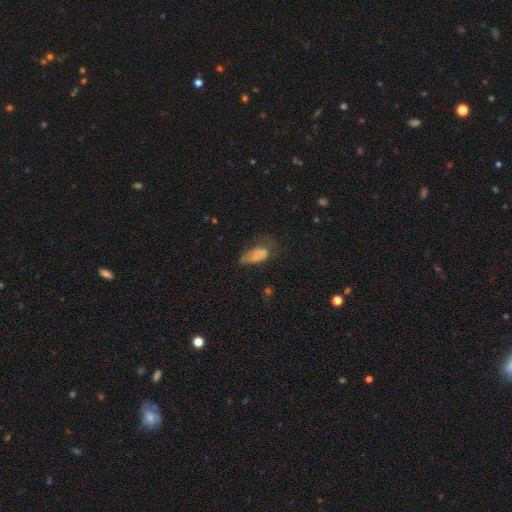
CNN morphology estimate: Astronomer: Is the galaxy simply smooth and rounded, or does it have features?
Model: smooth — 64%.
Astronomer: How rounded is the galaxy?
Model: in between — 84%.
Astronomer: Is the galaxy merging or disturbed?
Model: none — 37% (runner-up: minor disturbance, 31%).